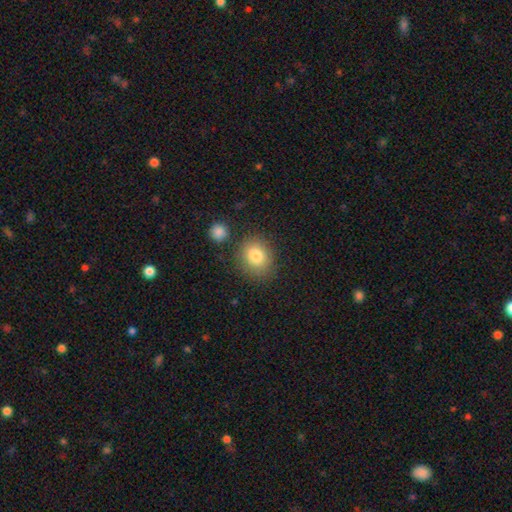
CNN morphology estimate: Q: Smooth or featured?
A: smooth (82%); runner-up: star or artifact (9%)
Q: How rounded?
A: round (65%); runner-up: in between (34%)
Q: Merging?
A: none (79%); runner-up: minor disturbance (12%)